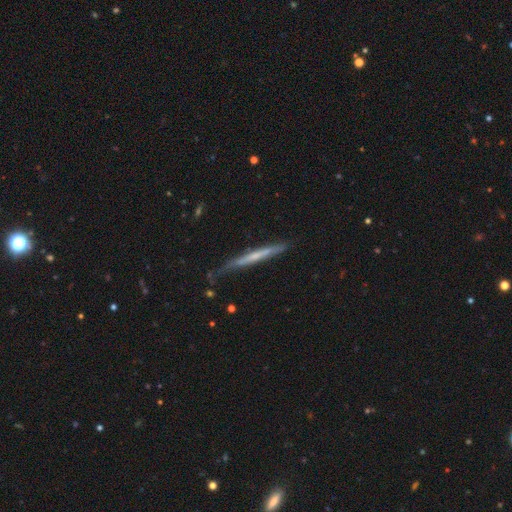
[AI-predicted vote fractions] Q: Smooth or featured?
A: featured or disk (54%); runner-up: smooth (40%)
Q: Edge-on disk?
A: yes (94%); runner-up: no (6%)
Q: Edge-on bulge?
A: none (75%); runner-up: rounded (19%)
Q: Merging?
A: none (70%); runner-up: minor disturbance (23%)